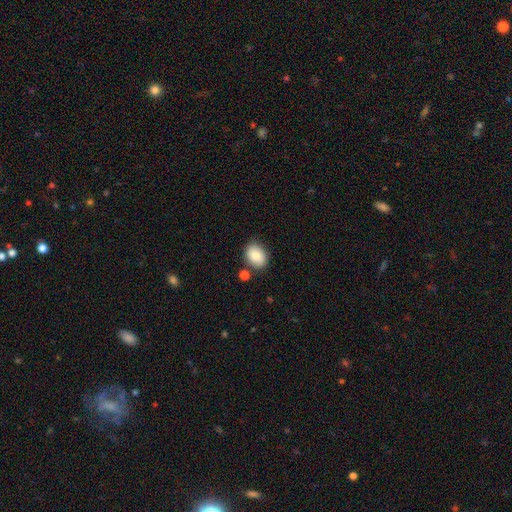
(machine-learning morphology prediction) A smooth galaxy with no disk features (82%) that is in between round and cigar-shaped (66%).

Vote fractions:
- Smooth or featured? smooth: 82% / featured or disk: 10% / star or artifact: 8%
- How rounded? in between: 66% / round: 33% / cigar-shaped: 1%
- Merging? none: 79% / minor disturbance: 12% / merger: 7% / major disturbance: 3%